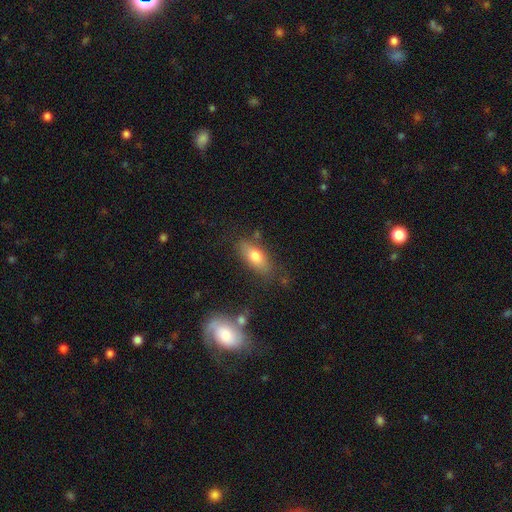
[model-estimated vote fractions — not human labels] A smooth galaxy with no disk features (72%) that is in between round and cigar-shaped (78%).

Vote fractions:
- Smooth or featured? smooth: 72% / featured or disk: 20% / star or artifact: 8%
- How rounded? in between: 78% / cigar-shaped: 18% / round: 4%
- Merging? none: 75% / minor disturbance: 16% / major disturbance: 5% / merger: 4%